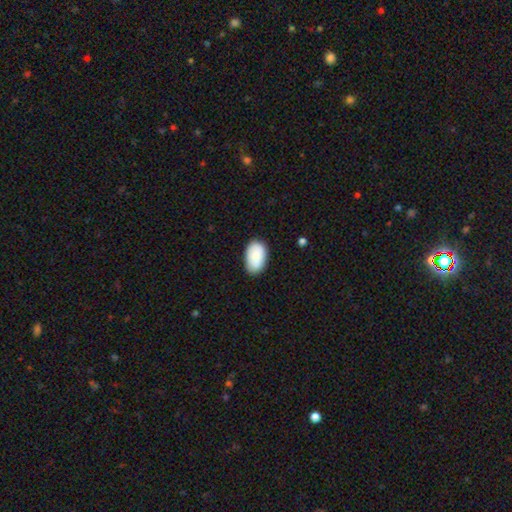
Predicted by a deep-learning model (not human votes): The model was most divided on "merging": none: 80%, minor disturbance: 16%, major disturbance: 3%, merger: 1%. More confident: how rounded — in between (93%); smooth or featured — smooth (87%).